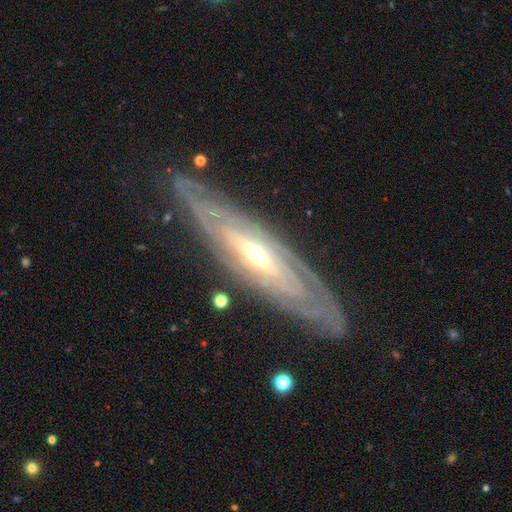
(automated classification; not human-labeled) A featured or disk galaxy (87%) with no bar (38%), spiral arms (85%) and a moderate central bulge (60%). Merging: none (79%).